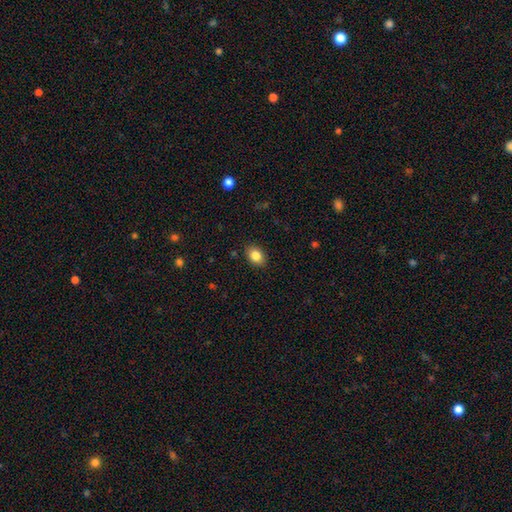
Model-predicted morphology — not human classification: type=smooth (84%); roundness=in between (77%); merging=none (88%).